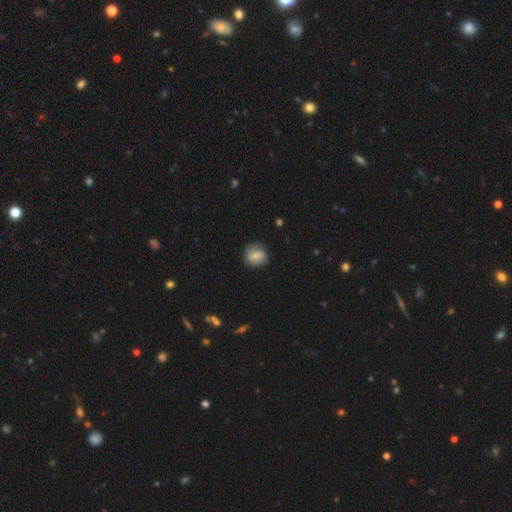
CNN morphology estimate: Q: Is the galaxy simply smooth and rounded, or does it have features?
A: smooth — 67%.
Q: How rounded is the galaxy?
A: round — 80%.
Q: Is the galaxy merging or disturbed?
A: none — 79%.